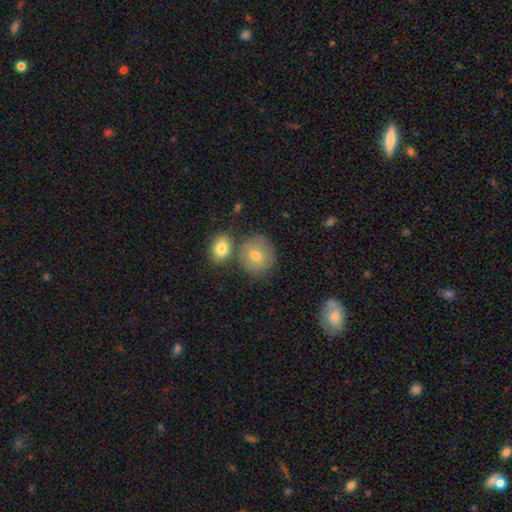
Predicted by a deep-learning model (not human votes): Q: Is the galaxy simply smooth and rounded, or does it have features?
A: smooth — 69%.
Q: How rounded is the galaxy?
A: round — 79%.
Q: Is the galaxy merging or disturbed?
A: none — 59%.